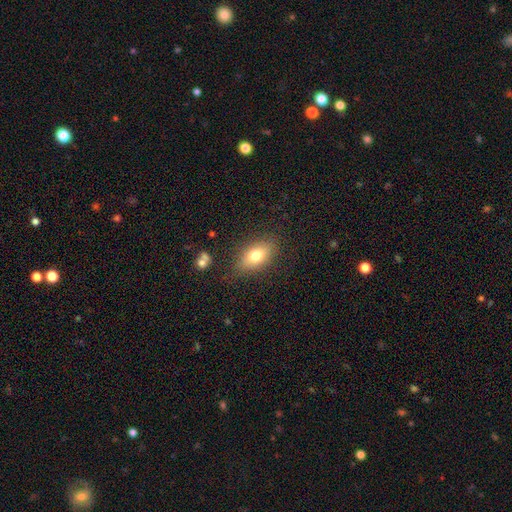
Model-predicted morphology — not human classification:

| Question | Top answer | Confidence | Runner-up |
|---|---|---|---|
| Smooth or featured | smooth | 75% | featured or disk (16%) |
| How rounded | in between | 83% | round (10%) |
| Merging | none | 81% | minor disturbance (13%) |